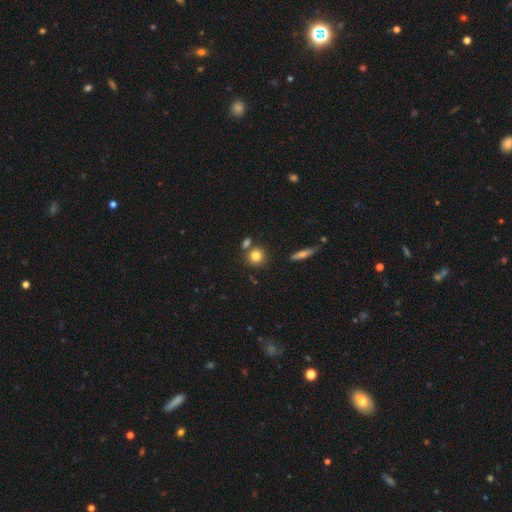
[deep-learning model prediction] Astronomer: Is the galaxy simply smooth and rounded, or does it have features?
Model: smooth — 80%.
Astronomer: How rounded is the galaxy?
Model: round — 86%.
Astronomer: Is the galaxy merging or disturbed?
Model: none — 70%.